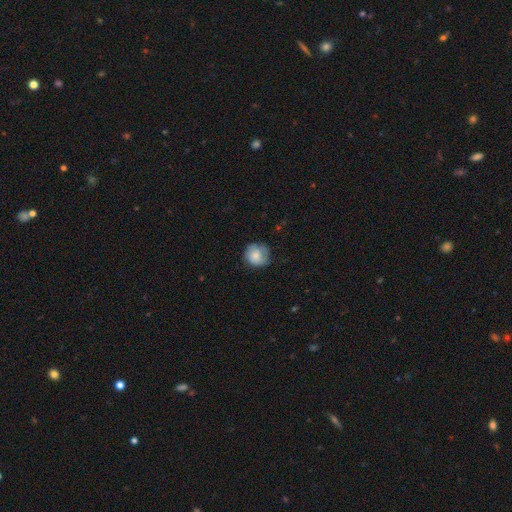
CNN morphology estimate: Smooth or featured? Predicted: smooth (p=0.72). How rounded? Predicted: round (p=0.85). Merging? Predicted: none (p=0.63).